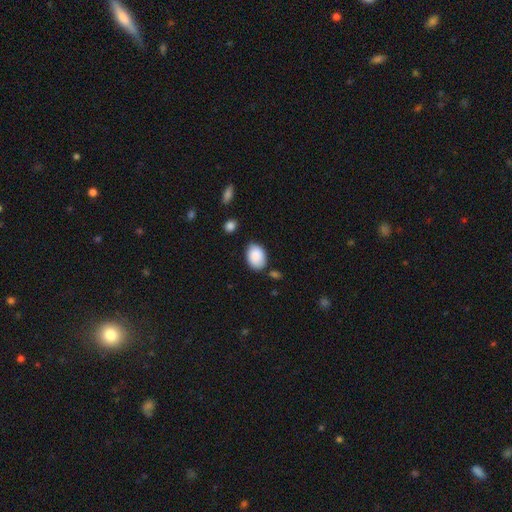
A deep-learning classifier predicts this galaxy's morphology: Smooth or featured? Predicted: smooth (p=0.89). How rounded? Predicted: in between (p=0.82). Merging? Predicted: none (p=0.74).